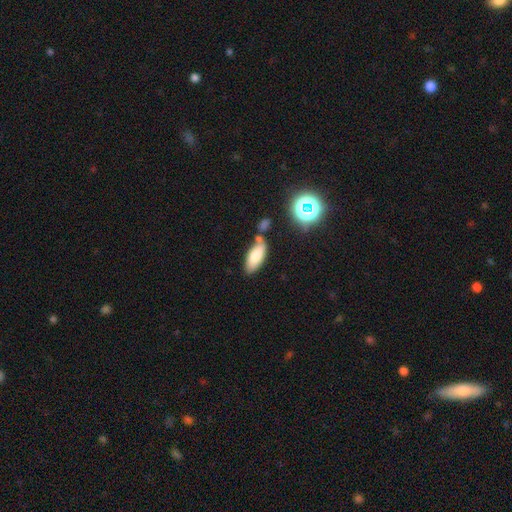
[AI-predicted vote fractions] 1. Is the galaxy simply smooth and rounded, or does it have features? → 79% smooth, 12% featured or disk, 10% star or artifact.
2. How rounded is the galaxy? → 82% in between, 16% cigar-shaped, 3% round.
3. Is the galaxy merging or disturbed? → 62% none, 17% minor disturbance, 16% merger, 5% major disturbance.